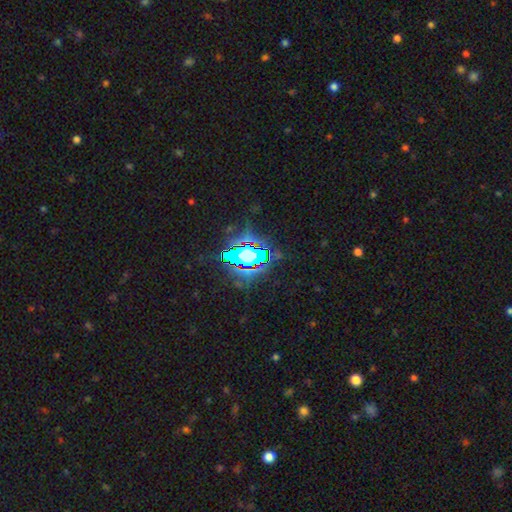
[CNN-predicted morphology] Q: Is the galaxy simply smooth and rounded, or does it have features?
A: star or artifact — 80%.